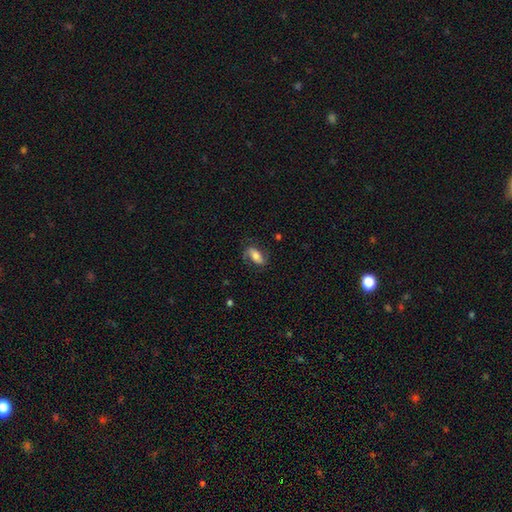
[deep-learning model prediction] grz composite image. It shows a featured or disk galaxy (54%). Merging: none (68%).